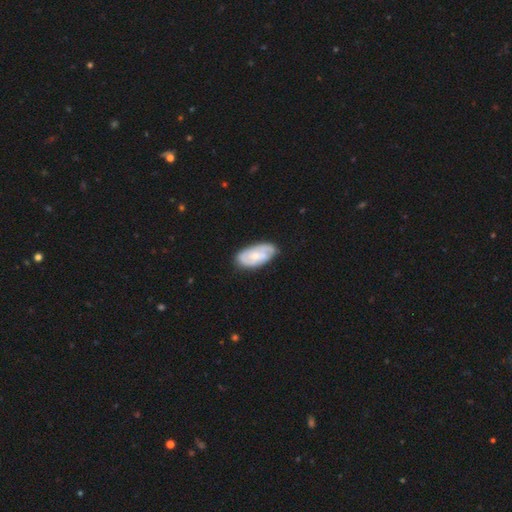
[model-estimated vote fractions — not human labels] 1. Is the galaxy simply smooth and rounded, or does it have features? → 59% featured or disk, 35% smooth, 5% star or artifact.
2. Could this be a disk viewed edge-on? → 94% no, 6% yes.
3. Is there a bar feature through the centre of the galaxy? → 70% no, 25% weak, 5% strong.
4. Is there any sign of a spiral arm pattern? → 81% yes, 19% no.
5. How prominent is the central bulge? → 55% small, 39% moderate, 3% none, 2% large, 1% dominant.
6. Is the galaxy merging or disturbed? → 74% none, 20% minor disturbance, 5% major disturbance, 2% merger.